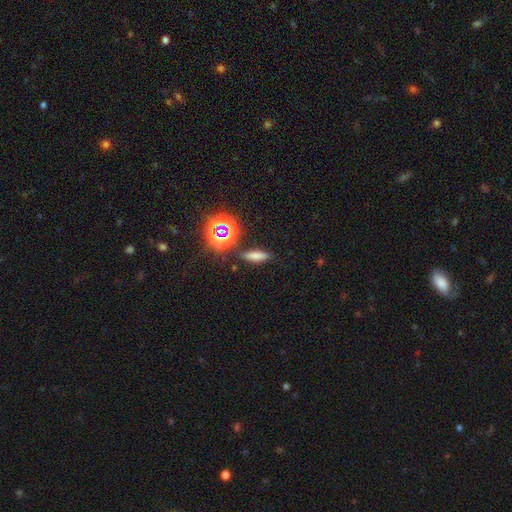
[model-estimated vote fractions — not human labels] Smooth or featured?
  - smooth: 65% *
  - star or artifact: 22%
  - featured or disk: 13%
How rounded?
  - cigar-shaped: 59% *
  - in between: 33%
  - round: 7%
Merging?
  - none: 83% *
  - minor disturbance: 10%
  - merger: 4%
  - major disturbance: 3%